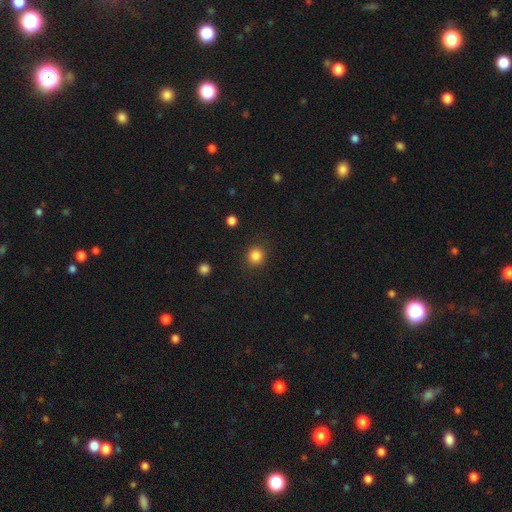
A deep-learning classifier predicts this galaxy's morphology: The model was most divided on "smooth or featured": smooth: 84%, star or artifact: 12%, featured or disk: 4%. More confident: how rounded — round (91%); merging — none (89%).